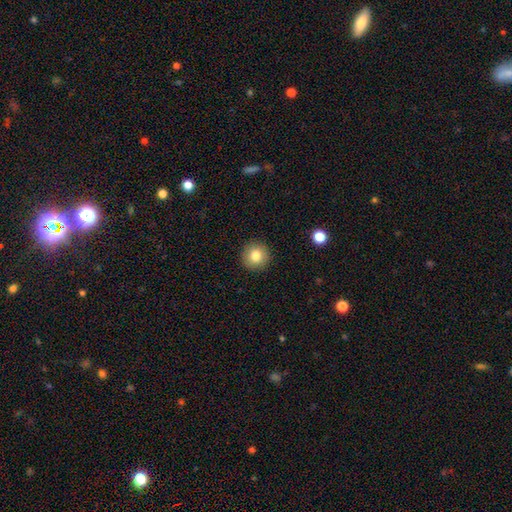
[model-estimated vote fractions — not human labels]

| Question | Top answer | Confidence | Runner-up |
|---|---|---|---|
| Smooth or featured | smooth | 81% | star or artifact (10%) |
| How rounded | round | 94% | in between (5%) |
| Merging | none | 92% | minor disturbance (5%) |